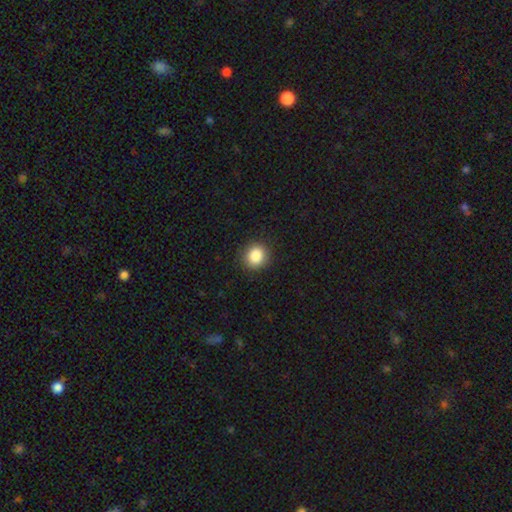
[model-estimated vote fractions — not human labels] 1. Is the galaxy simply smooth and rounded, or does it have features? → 86% smooth, 10% star or artifact, 4% featured or disk.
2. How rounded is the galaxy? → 87% round, 12% in between, 1% cigar-shaped.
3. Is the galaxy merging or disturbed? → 90% none, 7% minor disturbance, 2% major disturbance, 1% merger.